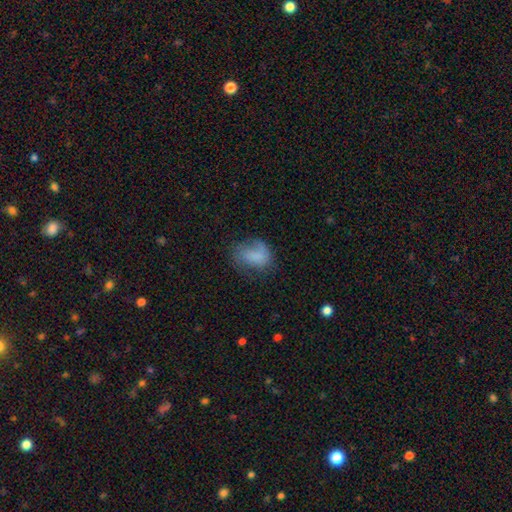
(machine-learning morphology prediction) type=smooth (66%); roundness=in between (70%); merging=none (46%).